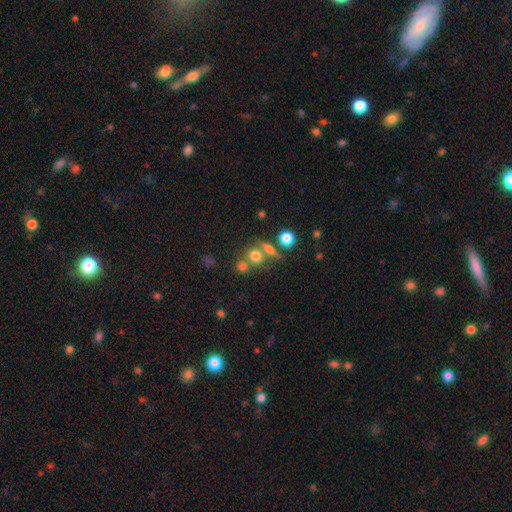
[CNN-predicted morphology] This is likely a smooth galaxy (70%). How rounded: likely round (78%). Merging: possibly none (48%).